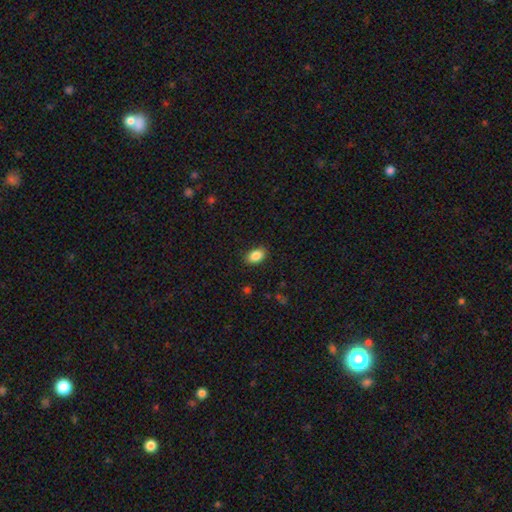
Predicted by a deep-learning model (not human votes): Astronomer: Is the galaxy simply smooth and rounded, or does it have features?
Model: smooth — 88%.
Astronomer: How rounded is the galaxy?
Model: in between — 86%.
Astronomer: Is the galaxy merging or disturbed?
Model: none — 88%.